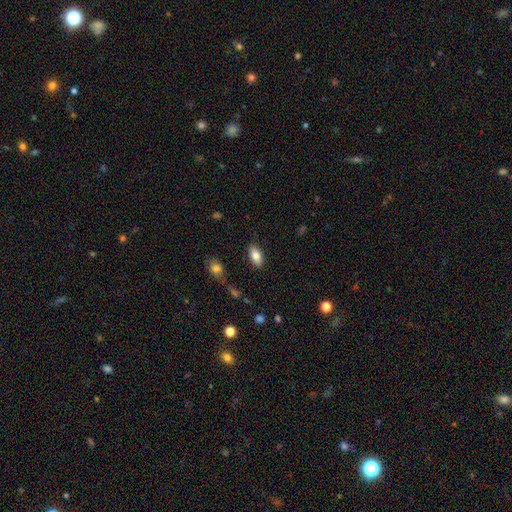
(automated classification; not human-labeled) This is clearly a smooth galaxy (81%). How rounded: clearly in between (91%). Merging: clearly none (85%).